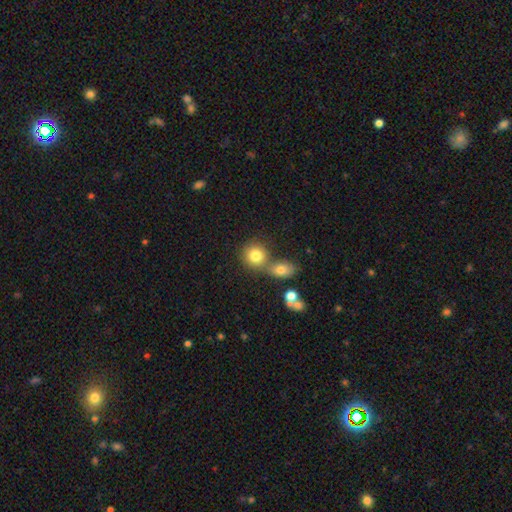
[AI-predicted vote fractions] Overall: smooth (79%). How rounded: round (83%). Merging: none (49%; merger 37%).